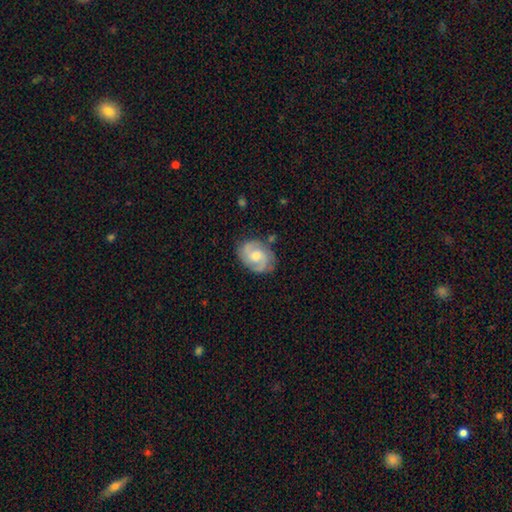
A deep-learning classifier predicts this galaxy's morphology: A featured or disk galaxy (78%) with no bar (51%), 2 (77%) medium (51%) spiral arms (95%) and a moderate central bulge (59%).

Vote fractions:
- Smooth or featured? featured or disk: 78% / smooth: 17% / star or artifact: 5%
- Edge-on disk? no: 97% / yes: 3%
- Bar? no: 51% / weak: 42% / strong: 6%
- Spiral arms? yes: 95% / no: 5%
- Spiral winding? medium: 51% / tight: 34% / loose: 15%
- Spiral arm count? 2: 77% / 3: 10% / can't tell: 7% / 1: 2% / 4: 2% / more than 4: 2%
- Bulge size? moderate: 59% / small: 28% / large: 8% / none: 4% / dominant: 1%
- Merging? none: 77% / minor disturbance: 16% / major disturbance: 5% / merger: 2%